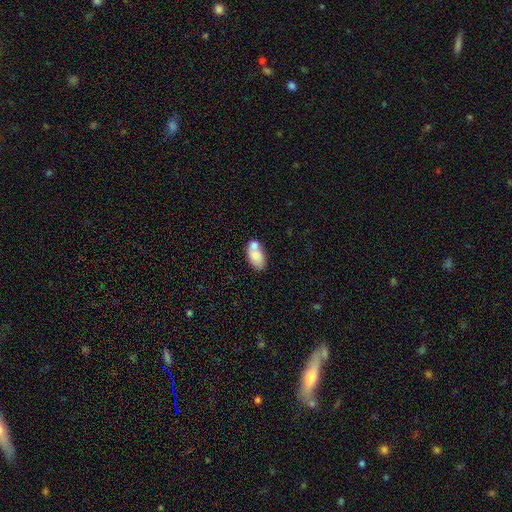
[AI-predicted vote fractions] This is likely a smooth galaxy (77%). How rounded: clearly in between (92%). Merging: marginally none (42%).